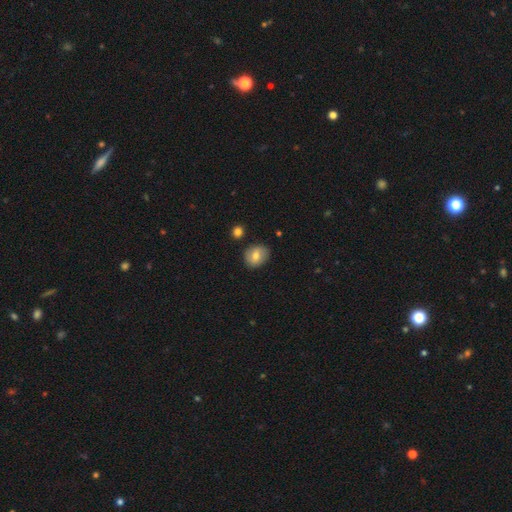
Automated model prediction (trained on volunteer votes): The model was most divided on "how rounded": round: 58%, in between: 41%, cigar-shaped: 1%. More confident: merging — none (83%); smooth or featured — smooth (73%).